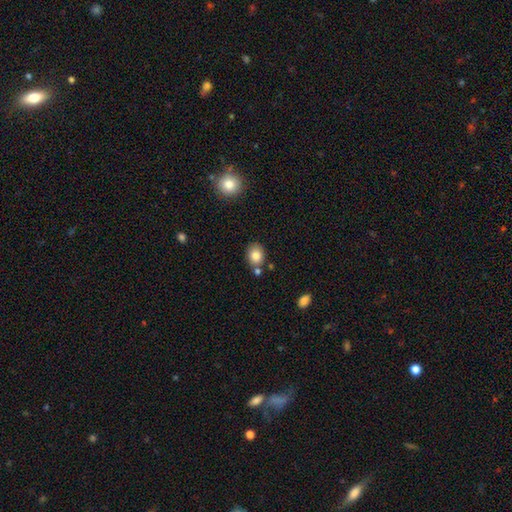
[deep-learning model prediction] Smooth or featured: smooth — 82% (star or artifact — 9%)
How rounded: round — 51% (in between — 48%)
Merging: none — 73% (minor disturbance — 12%)